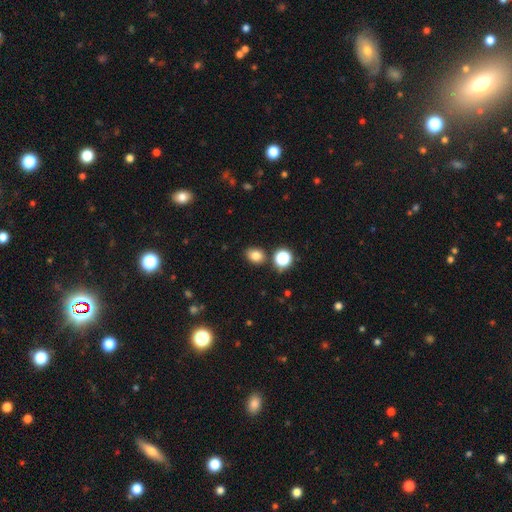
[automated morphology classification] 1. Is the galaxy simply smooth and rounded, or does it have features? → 80% smooth, 15% star or artifact, 6% featured or disk.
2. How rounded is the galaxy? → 50% in between, 49% round, 1% cigar-shaped.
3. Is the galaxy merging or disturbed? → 81% none, 10% minor disturbance, 7% merger, 3% major disturbance.